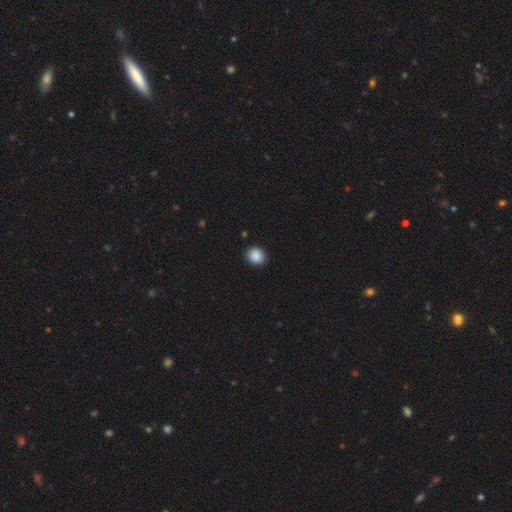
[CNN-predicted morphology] Smooth or featured? Predicted: smooth (p=0.89). How rounded? Predicted: round (p=0.72). Merging? Predicted: none (p=0.91).